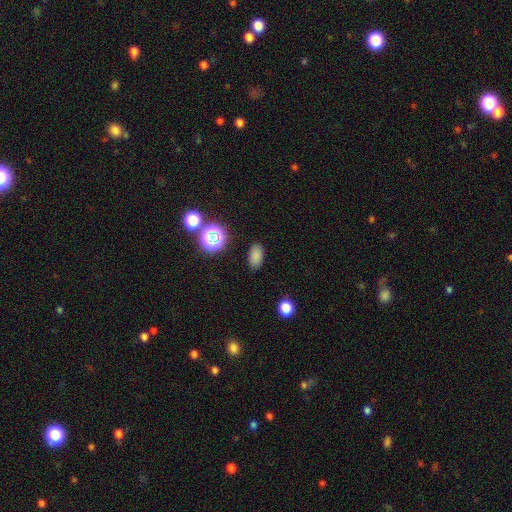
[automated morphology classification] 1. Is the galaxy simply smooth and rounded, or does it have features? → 79% smooth, 16% star or artifact, 5% featured or disk.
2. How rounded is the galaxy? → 89% in between, 8% round, 2% cigar-shaped.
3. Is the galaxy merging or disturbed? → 85% none, 10% minor disturbance, 3% major disturbance, 2% merger.